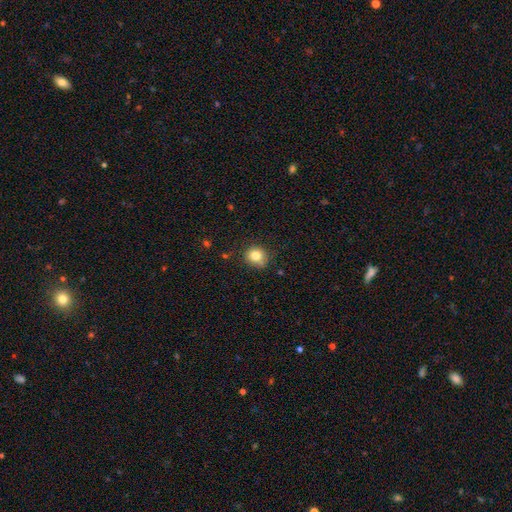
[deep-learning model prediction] smooth-or-featured: smooth: 81% | star or artifact: 11% | featured or disk: 7%
  how-rounded: round: 85% | in between: 14% | cigar-shaped: 1%
  merging: none: 76% | minor disturbance: 18% | major disturbance: 4% | merger: 3%